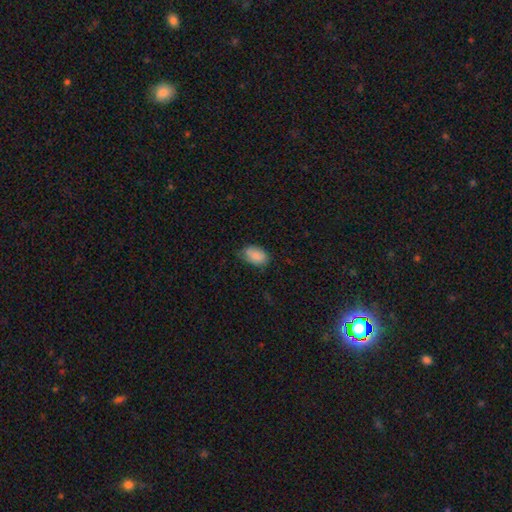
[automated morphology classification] Q: Smooth or featured?
A: smooth (84%); runner-up: featured or disk (8%)
Q: How rounded?
A: in between (88%); runner-up: round (11%)
Q: Merging?
A: none (62%); runner-up: minor disturbance (31%)